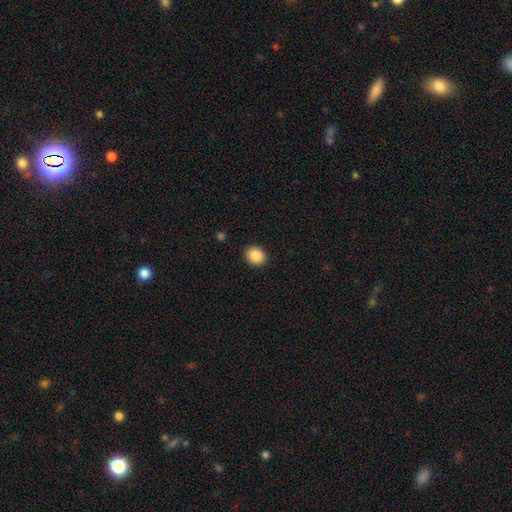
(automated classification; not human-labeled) Q: Smooth or featured?
A: smooth (87%); runner-up: star or artifact (8%)
Q: How rounded?
A: round (66%); runner-up: in between (34%)
Q: Merging?
A: none (91%); runner-up: minor disturbance (6%)